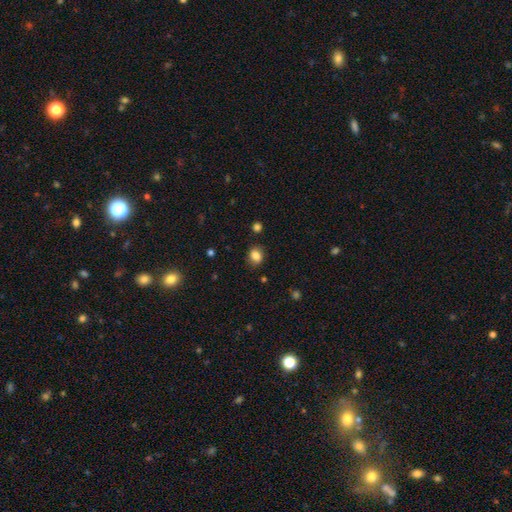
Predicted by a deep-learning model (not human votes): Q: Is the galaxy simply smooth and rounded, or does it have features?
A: smooth — 83%.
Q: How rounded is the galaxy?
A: round — 52%.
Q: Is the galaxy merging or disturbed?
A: none — 80%.